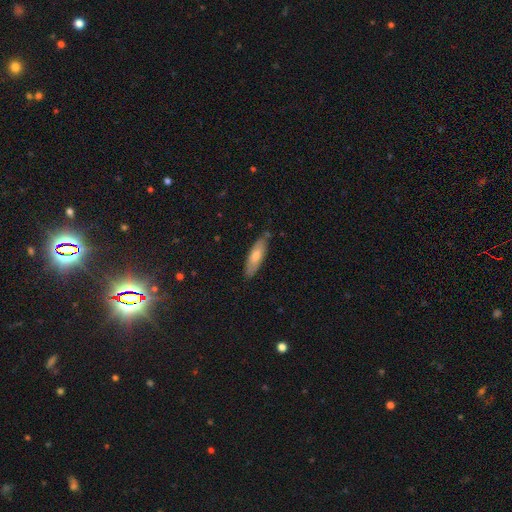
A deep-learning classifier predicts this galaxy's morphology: A smooth galaxy with no disk features (62%) that is cigar-shaped (58%).

Vote fractions:
- Smooth or featured? smooth: 62% / featured or disk: 32% / star or artifact: 7%
- How rounded? cigar-shaped: 58% / in between: 40% / round: 2%
- Merging? none: 80% / minor disturbance: 16% / major disturbance: 2% / merger: 2%